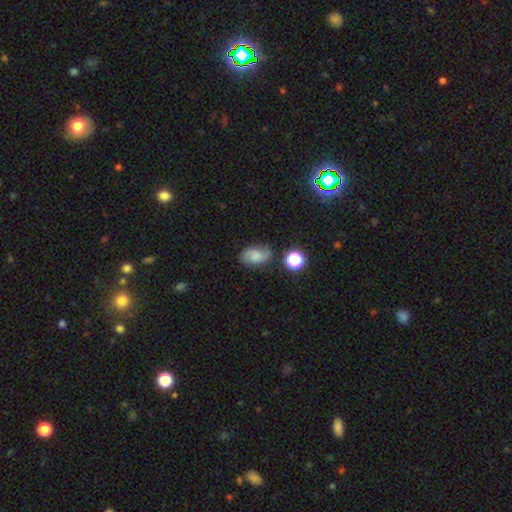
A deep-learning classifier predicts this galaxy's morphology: A smooth galaxy with no disk features (54%) that is in between round and cigar-shaped (84%).

Vote fractions:
- Smooth or featured? smooth: 54% / featured or disk: 32% / star or artifact: 14%
- How rounded? in between: 84% / round: 14% / cigar-shaped: 2%
- Merging? none: 67% / minor disturbance: 22% / major disturbance: 6% / merger: 5%